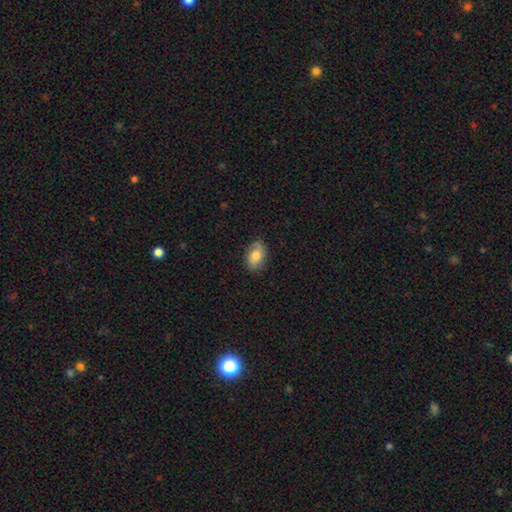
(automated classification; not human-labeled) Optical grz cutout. It shows a smooth galaxy with no disk features (76%) that is in between round and cigar-shaped (88%). Merging: none (79%).